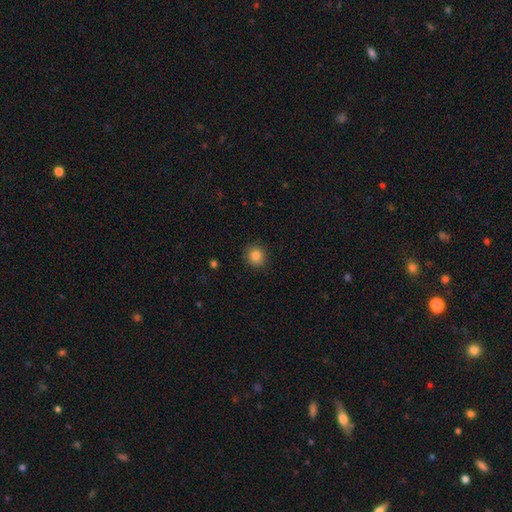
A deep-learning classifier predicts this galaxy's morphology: A smooth galaxy with no disk features (84%) that is round (90%).

Vote fractions:
- Smooth or featured? smooth: 84% / star or artifact: 11% / featured or disk: 5%
- How rounded? round: 90% / in between: 9% / cigar-shaped: 1%
- Merging? none: 89% / minor disturbance: 8% / major disturbance: 2% / merger: 1%